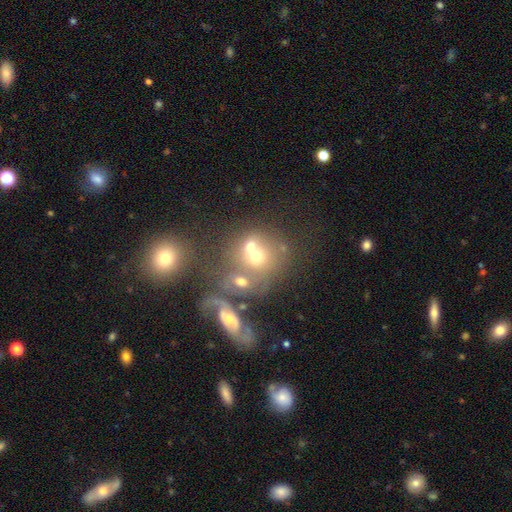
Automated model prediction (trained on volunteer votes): smooth_or_featured: smooth (p=0.51) [alt: featured or disk p=0.32]
how_rounded: round (p=0.70) [alt: in between p=0.28]
merging: merger (p=0.47) [alt: none p=0.33]